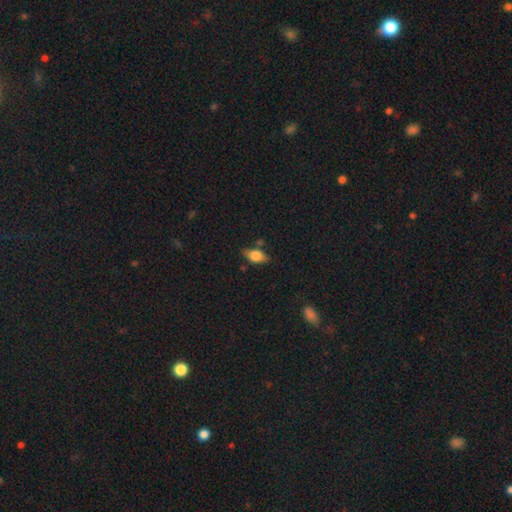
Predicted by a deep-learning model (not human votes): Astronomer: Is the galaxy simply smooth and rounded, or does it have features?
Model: smooth — 64%.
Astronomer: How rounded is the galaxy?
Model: in between — 80%.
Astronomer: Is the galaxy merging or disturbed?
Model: none — 72%.